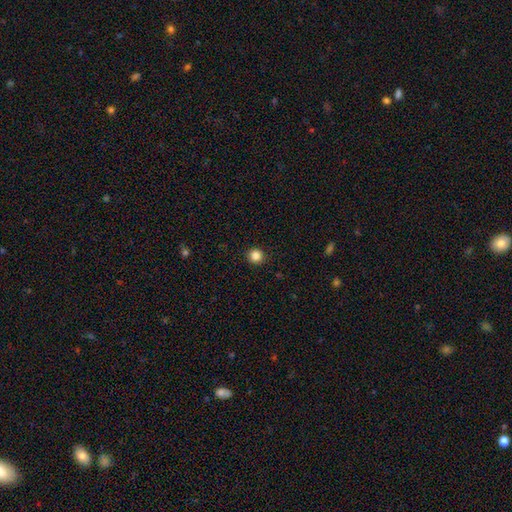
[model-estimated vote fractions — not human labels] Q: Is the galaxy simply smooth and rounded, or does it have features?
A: smooth — 85%.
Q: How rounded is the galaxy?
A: round — 95%.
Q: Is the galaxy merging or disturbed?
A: none — 93%.